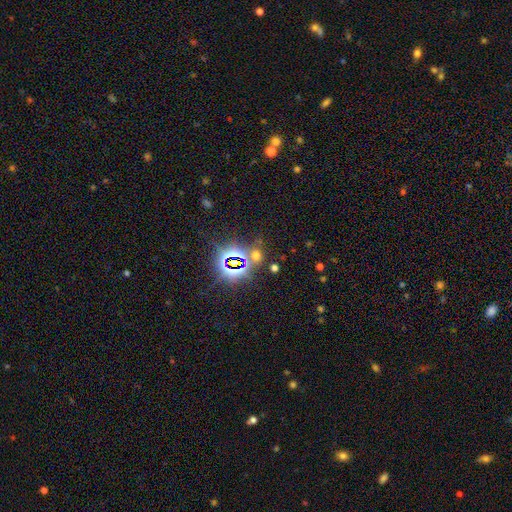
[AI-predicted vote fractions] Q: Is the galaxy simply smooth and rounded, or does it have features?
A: star or artifact — 60%.